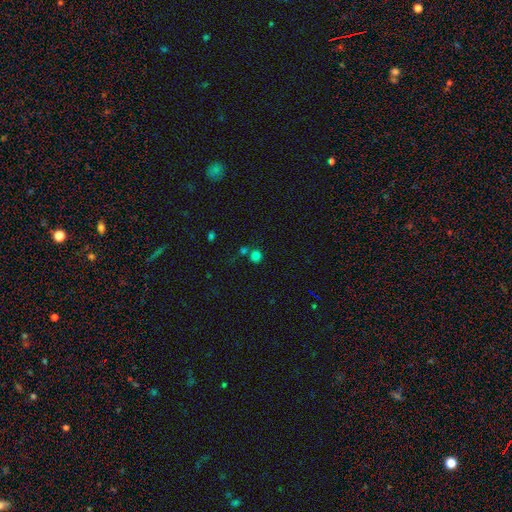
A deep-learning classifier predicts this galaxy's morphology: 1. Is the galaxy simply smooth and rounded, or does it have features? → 76% smooth, 18% star or artifact, 6% featured or disk.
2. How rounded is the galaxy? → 89% round, 10% in between, 1% cigar-shaped.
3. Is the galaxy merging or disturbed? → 69% none, 19% merger, 9% minor disturbance, 4% major disturbance.